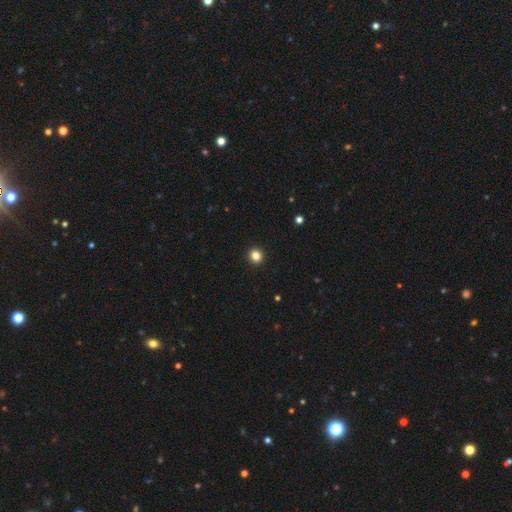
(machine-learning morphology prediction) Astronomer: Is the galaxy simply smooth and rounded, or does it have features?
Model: smooth — 83%.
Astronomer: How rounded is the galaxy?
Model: round — 93%.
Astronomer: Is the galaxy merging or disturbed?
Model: none — 94%.